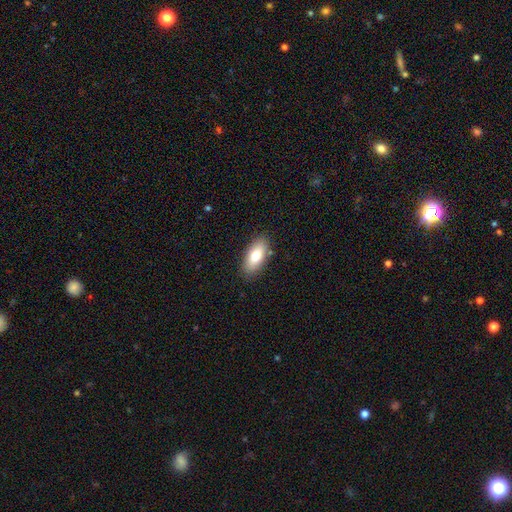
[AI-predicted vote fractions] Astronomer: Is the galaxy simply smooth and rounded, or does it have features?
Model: smooth — 76%.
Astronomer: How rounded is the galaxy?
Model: in between — 88%.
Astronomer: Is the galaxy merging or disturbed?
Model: none — 86%.